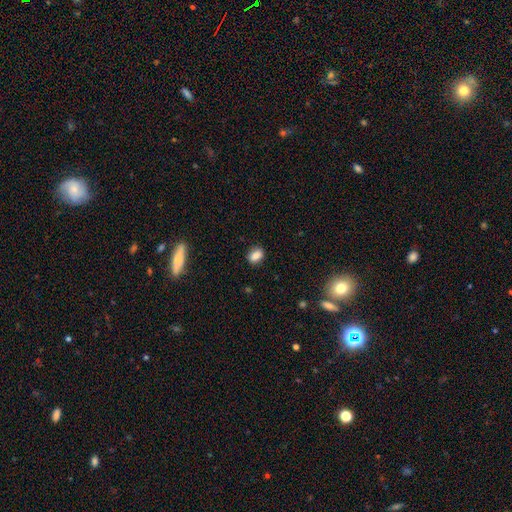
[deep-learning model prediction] This appears to be a smooth galaxy with no disk features (85%) that is in between round and cigar-shaped (75%). Merging: none (85%).